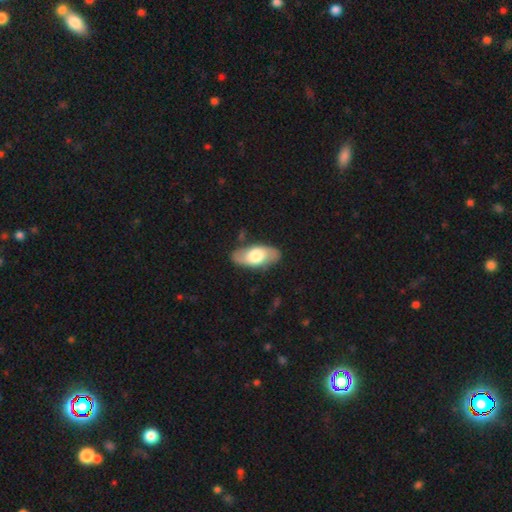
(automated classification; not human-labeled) This appears to be a smooth galaxy with no disk features (51%) that is in between round and cigar-shaped (90%). Merging: none (81%).